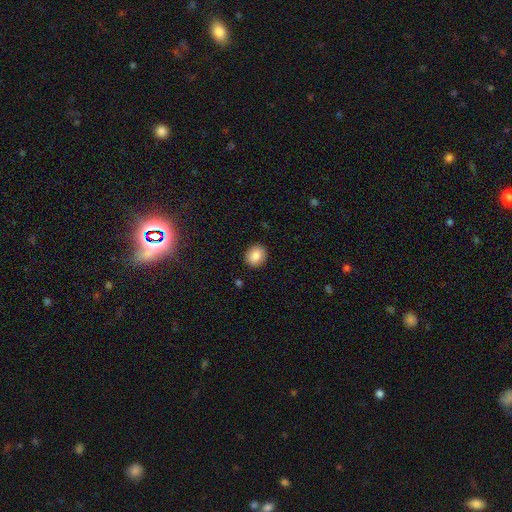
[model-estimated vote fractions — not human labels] smooth-or-featured: smooth: 86% | star or artifact: 8% | featured or disk: 6%
  how-rounded: round: 71% | in between: 28% | cigar-shaped: 1%
  merging: none: 90% | minor disturbance: 7% | major disturbance: 2% | merger: 1%